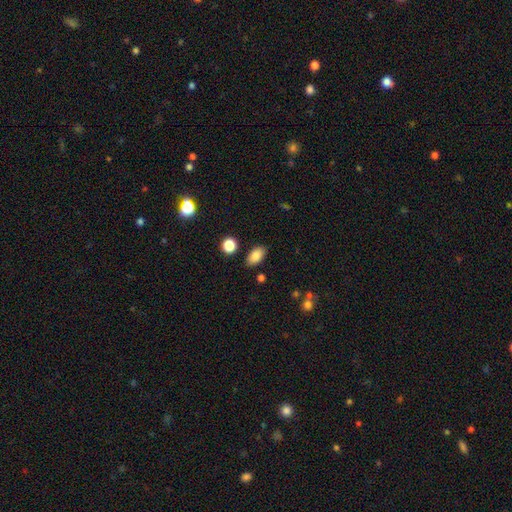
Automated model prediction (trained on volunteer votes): Smooth or featured? smooth (86%)
How rounded? in between (91%)
Merging? none (85%)